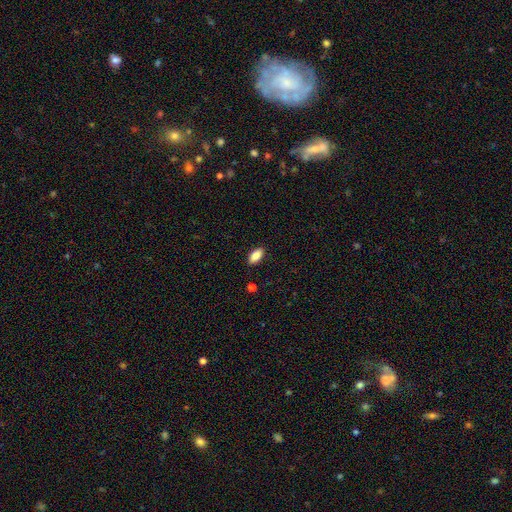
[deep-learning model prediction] A smooth galaxy with no disk features (85%) that is in between round and cigar-shaped (90%).

Vote fractions:
- Smooth or featured? smooth: 85% / featured or disk: 7% / star or artifact: 7%
- How rounded? in between: 90% / cigar-shaped: 7% / round: 3%
- Merging? none: 88% / minor disturbance: 9% / major disturbance: 2% / merger: 1%